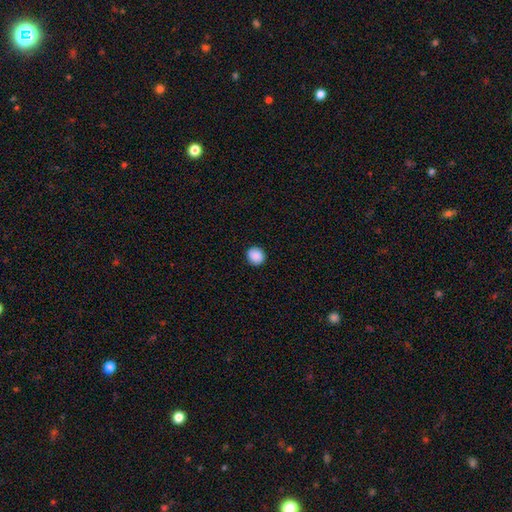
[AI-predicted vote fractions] The model was most divided on "how rounded": round: 90%, in between: 9%, cigar-shaped: 1%. More confident: merging — none (92%); smooth or featured — smooth (89%).